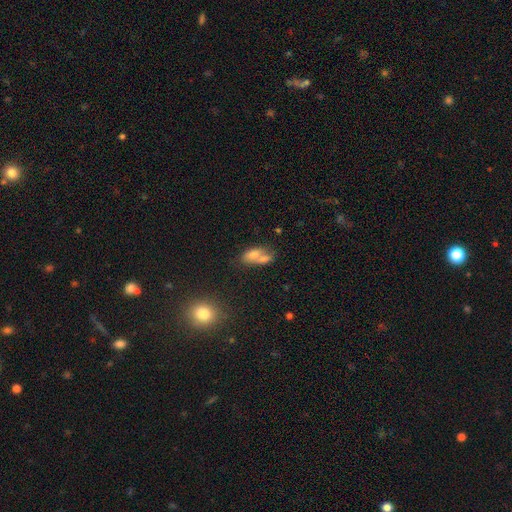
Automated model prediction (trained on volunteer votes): Smooth or featured? smooth (69%)
How rounded? in between (84%)
Merging? merger (57%)